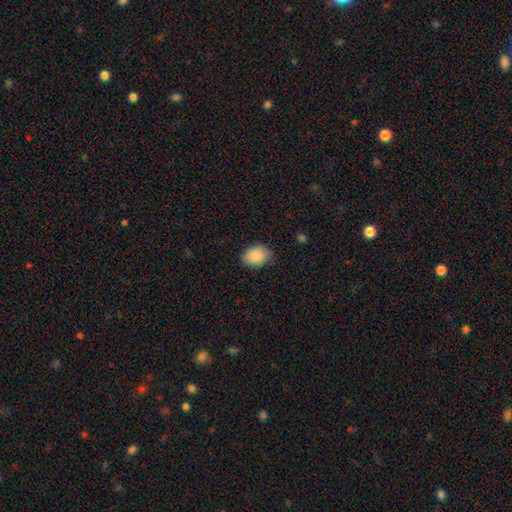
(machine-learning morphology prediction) A smooth galaxy with no disk features (88%) that is in between round and cigar-shaped (62%). Merging: none (82%).